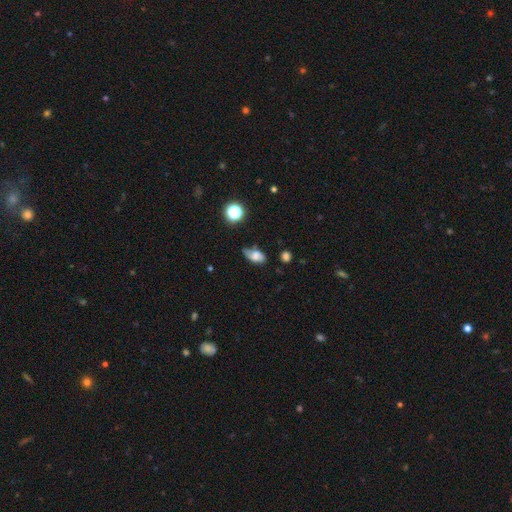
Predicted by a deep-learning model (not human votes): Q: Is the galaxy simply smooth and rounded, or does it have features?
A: smooth — 62%.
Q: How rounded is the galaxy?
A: in between — 86%.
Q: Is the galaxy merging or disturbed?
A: none — 50%.